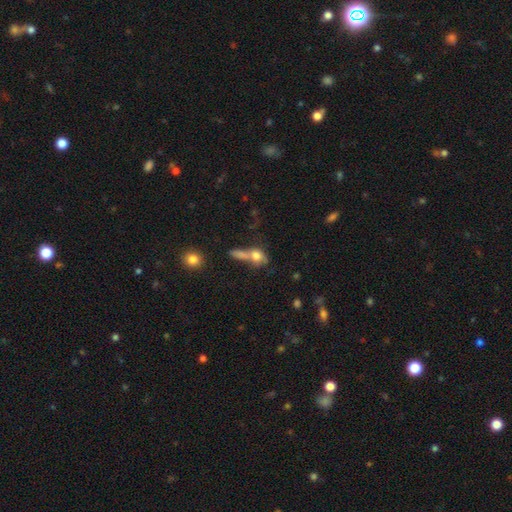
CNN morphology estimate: A smooth galaxy with no disk features (49%).

Vote fractions:
- Smooth or featured? smooth: 49% / star or artifact: 26% / featured or disk: 24%
- Merging? none: 43% / merger: 34% / minor disturbance: 13% / major disturbance: 11%